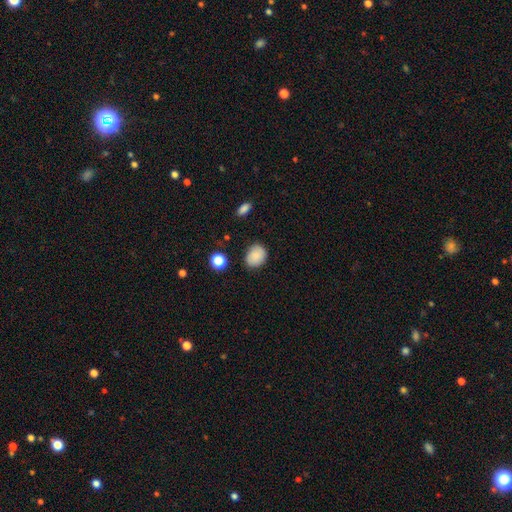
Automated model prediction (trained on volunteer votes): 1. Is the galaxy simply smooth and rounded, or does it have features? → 85% smooth, 9% star or artifact, 7% featured or disk.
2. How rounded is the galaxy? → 51% in between, 48% round, 1% cigar-shaped.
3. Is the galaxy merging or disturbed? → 80% none, 15% minor disturbance, 3% major disturbance, 2% merger.